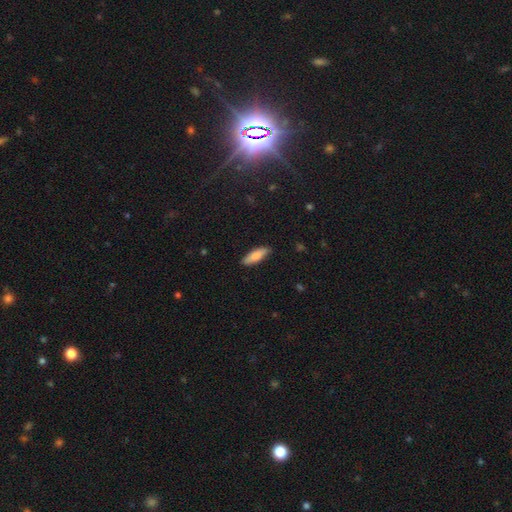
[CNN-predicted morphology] smooth-or-featured: smooth: 81% | featured or disk: 13% | star or artifact: 6%
  how-rounded: in between: 50% | cigar-shaped: 49% | round: 2%
  merging: none: 87% | minor disturbance: 10% | major disturbance: 2% | merger: 1%